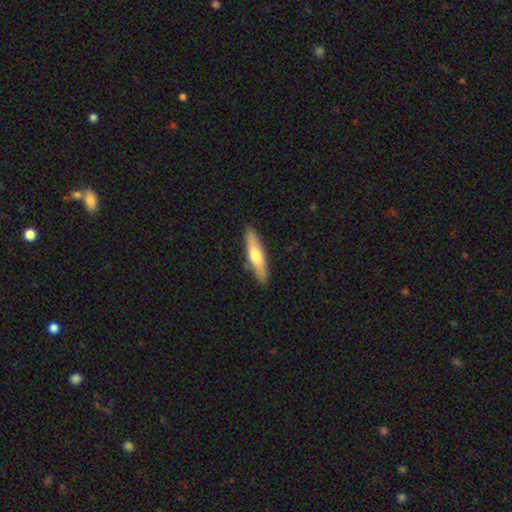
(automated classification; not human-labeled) Smooth or featured?
  - smooth: 58% *
  - featured or disk: 37%
  - star or artifact: 5%
How rounded?
  - cigar-shaped: 76% *
  - in between: 22%
  - round: 2%
Merging?
  - none: 87% *
  - minor disturbance: 10%
  - major disturbance: 2%
  - merger: 1%